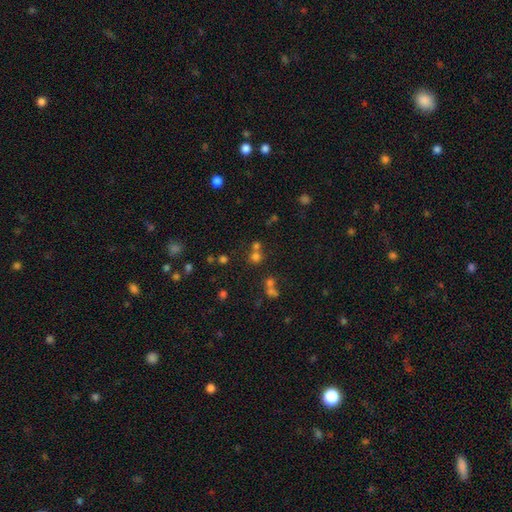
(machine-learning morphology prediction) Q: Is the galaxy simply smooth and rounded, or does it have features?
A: smooth — 59%.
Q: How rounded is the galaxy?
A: round — 89%.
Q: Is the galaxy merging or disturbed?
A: none — 59%.